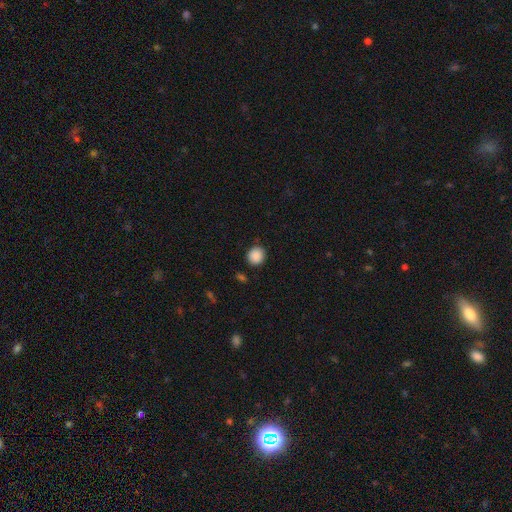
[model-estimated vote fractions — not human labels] Q: Smooth or featured?
A: smooth (89%); runner-up: star or artifact (9%)
Q: How rounded?
A: round (89%); runner-up: in between (10%)
Q: Merging?
A: none (88%); runner-up: minor disturbance (8%)